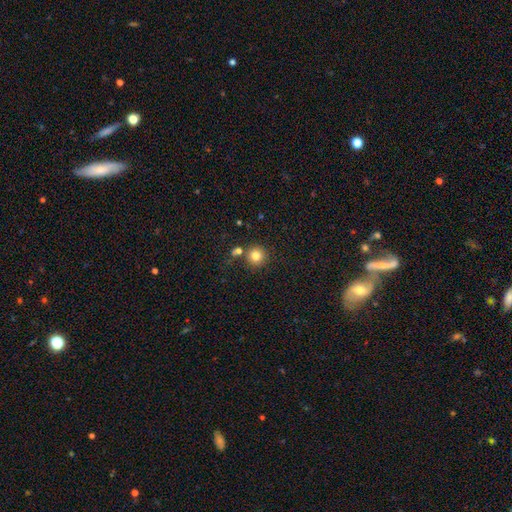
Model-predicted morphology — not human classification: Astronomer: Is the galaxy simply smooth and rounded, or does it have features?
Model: smooth — 81%.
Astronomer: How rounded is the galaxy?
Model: round — 94%.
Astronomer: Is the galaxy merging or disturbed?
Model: none — 78%.